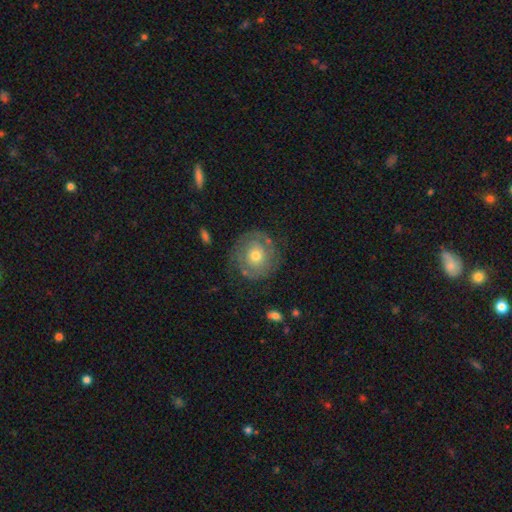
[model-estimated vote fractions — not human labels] Q: Smooth or featured?
A: featured or disk (58%); runner-up: smooth (34%)
Q: Edge-on disk?
A: no (97%); runner-up: yes (3%)
Q: Bar?
A: no (85%); runner-up: weak (12%)
Q: Spiral arms?
A: yes (62%); runner-up: no (38%)
Q: Bulge size?
A: moderate (65%); runner-up: small (25%)
Q: Merging?
A: none (75%); runner-up: minor disturbance (15%)